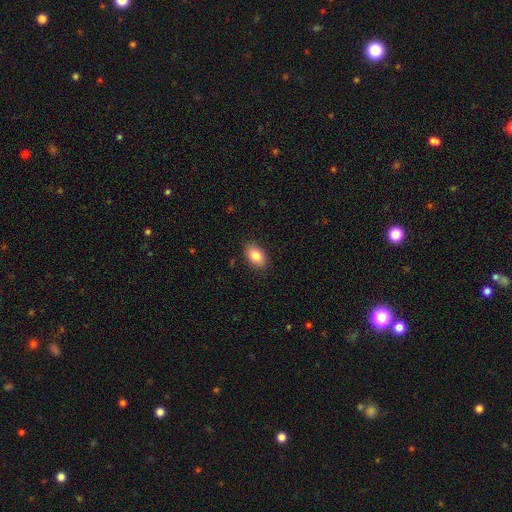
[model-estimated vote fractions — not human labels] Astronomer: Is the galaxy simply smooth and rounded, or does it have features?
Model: smooth — 84%.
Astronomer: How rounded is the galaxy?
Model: in between — 88%.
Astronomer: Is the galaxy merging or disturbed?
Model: none — 87%.